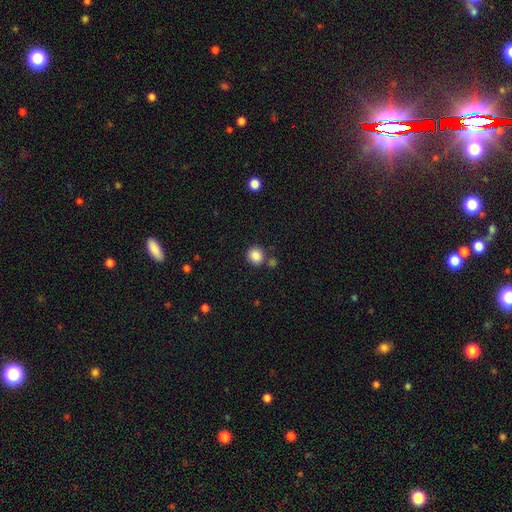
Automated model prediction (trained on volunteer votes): smooth_or_featured: smooth (p=0.87) [alt: star or artifact p=0.10]
how_rounded: round (p=0.86) [alt: in between p=0.13]
merging: none (p=0.77) [alt: merger p=0.10]